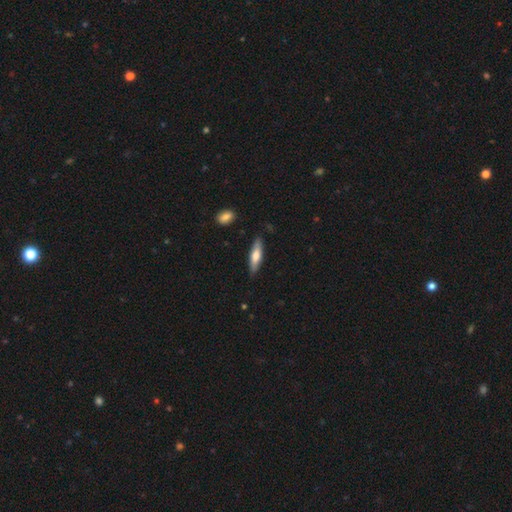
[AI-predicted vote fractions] The model was most divided on "smooth or featured": smooth: 64%, featured or disk: 31%, star or artifact: 6%. More confident: merging — none (84%); how rounded — cigar-shaped (67%).